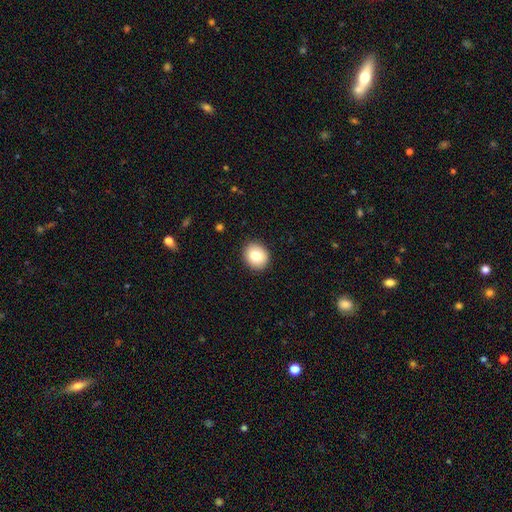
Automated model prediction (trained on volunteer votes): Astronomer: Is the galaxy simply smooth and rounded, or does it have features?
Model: smooth — 79%.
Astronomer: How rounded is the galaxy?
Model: round — 74%.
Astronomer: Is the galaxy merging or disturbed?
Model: none — 91%.